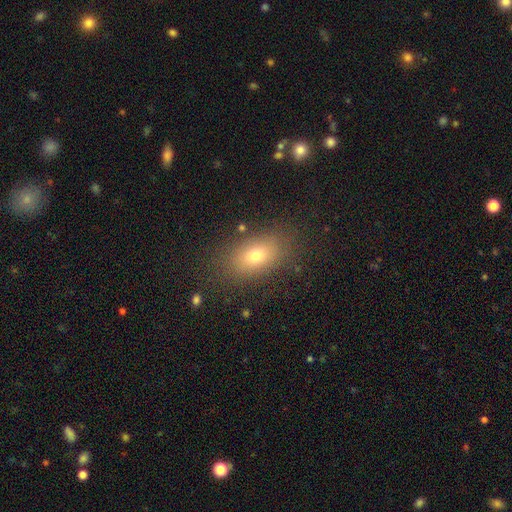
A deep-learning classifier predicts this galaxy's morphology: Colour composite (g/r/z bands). It shows a smooth galaxy with no disk features (74%) that is in between round and cigar-shaped (84%). Merging: none (81%).